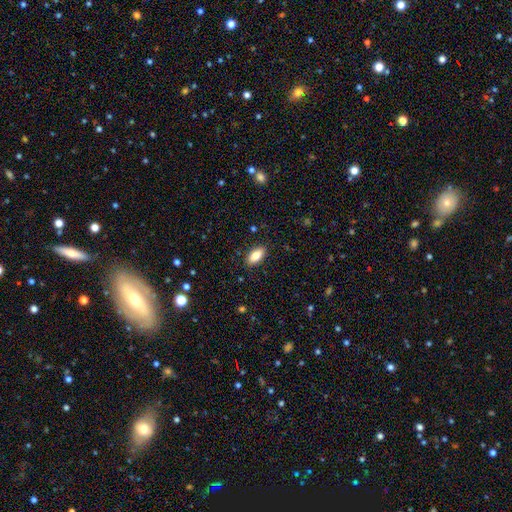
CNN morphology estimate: Q: Smooth or featured?
A: smooth (84%); runner-up: featured or disk (9%)
Q: How rounded?
A: in between (90%); runner-up: cigar-shaped (7%)
Q: Merging?
A: none (88%); runner-up: minor disturbance (9%)